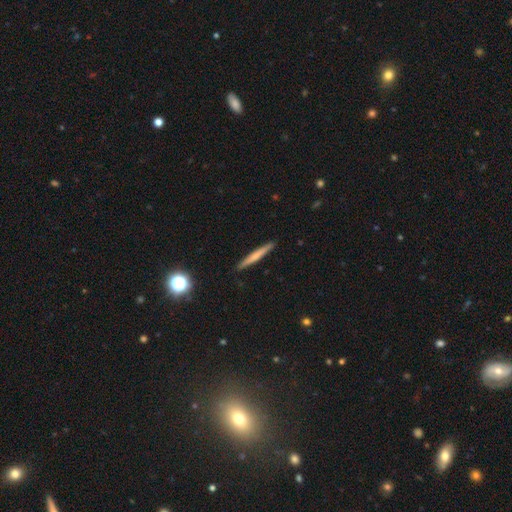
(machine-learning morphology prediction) This is possibly a smooth galaxy (58%). How rounded: clearly cigar-shaped (96%). Merging: clearly none (91%).